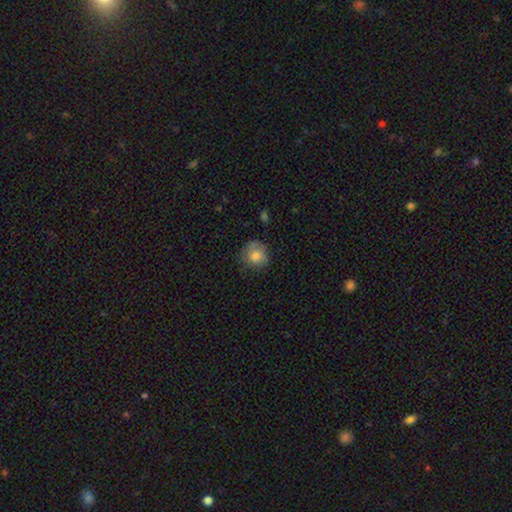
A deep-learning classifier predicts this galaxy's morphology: smooth_or_featured: smooth (p=0.79) [alt: featured or disk p=0.13]
how_rounded: round (p=0.87) [alt: in between p=0.12]
merging: none (p=0.70) [alt: minor disturbance p=0.22]